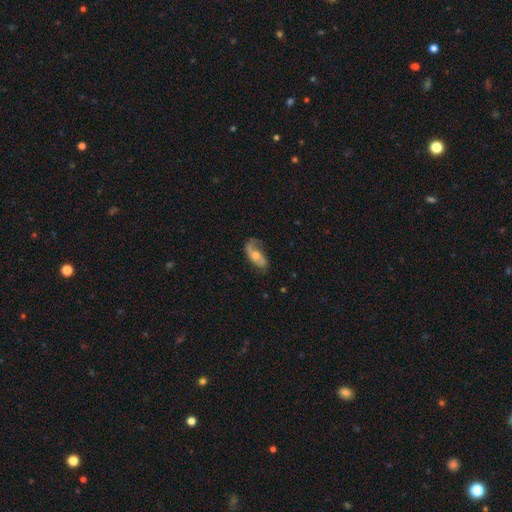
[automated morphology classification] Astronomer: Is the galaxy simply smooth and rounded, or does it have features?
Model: featured or disk — 62%.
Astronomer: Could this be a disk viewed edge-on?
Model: no — 91%.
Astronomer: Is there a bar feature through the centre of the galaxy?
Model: no — 64%.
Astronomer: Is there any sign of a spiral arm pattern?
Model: yes — 85%.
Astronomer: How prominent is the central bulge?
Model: moderate — 60%.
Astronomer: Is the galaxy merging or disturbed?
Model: none — 55%.